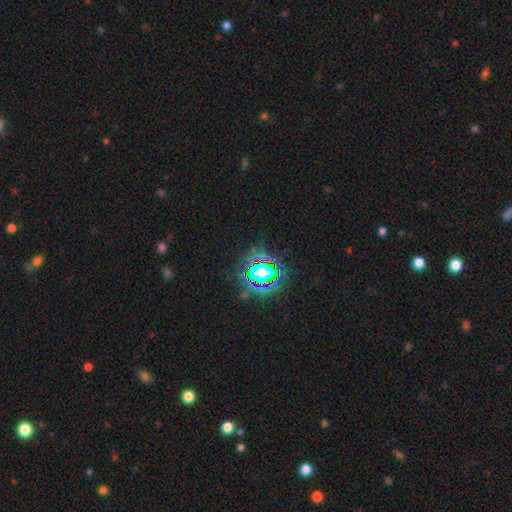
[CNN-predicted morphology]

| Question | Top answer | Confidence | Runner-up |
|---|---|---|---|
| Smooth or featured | star or artifact | 78% | smooth (14%) |